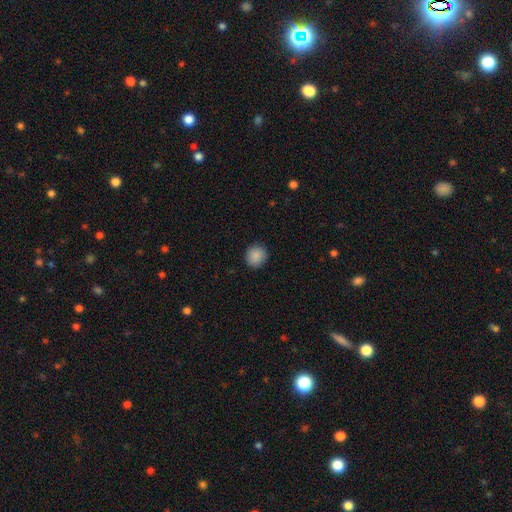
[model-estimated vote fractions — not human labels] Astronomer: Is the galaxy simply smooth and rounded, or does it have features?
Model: smooth — 89%.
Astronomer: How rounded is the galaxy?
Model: round — 88%.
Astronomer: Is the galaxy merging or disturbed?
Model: none — 90%.